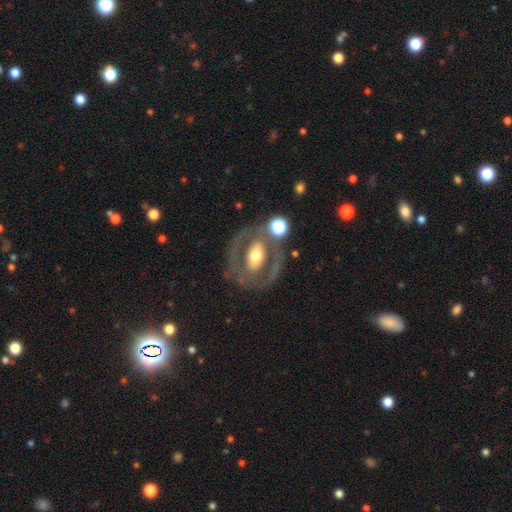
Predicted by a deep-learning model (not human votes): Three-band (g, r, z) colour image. It shows a featured or disk galaxy (66%) with no bar (42%), no spiral arms (66%) and a moderate central bulge (64%). Merging: none (64%).